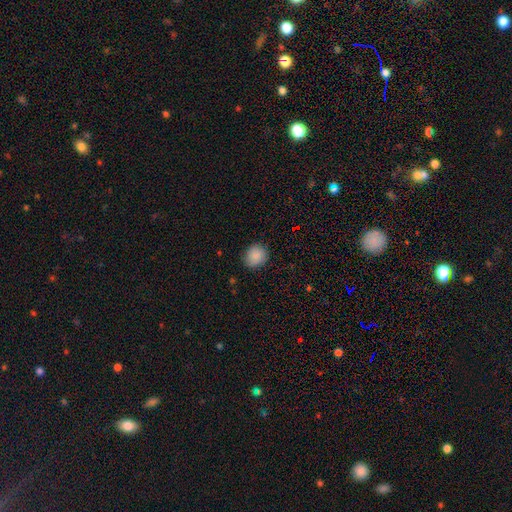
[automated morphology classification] The model was most divided on "how rounded": round: 80%, in between: 19%, cigar-shaped: 1%. More confident: smooth or featured — smooth (88%); merging — none (86%).